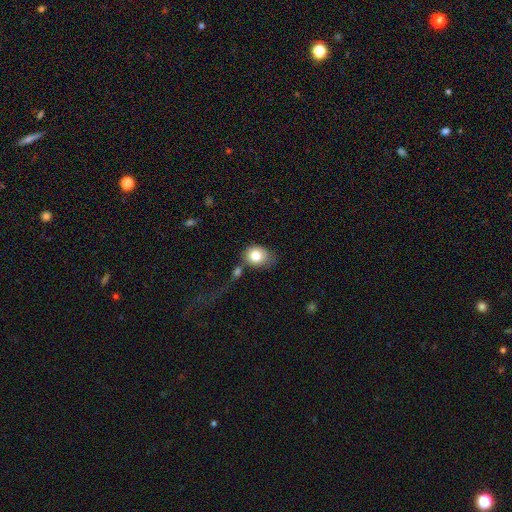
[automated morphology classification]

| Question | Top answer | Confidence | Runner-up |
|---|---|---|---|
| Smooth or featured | smooth | 79% | featured or disk (13%) |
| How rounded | round | 58% | in between (41%) |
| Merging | none | 43% | merger (21%) |